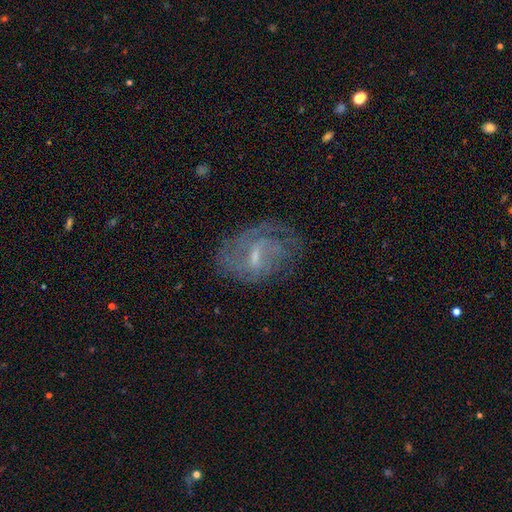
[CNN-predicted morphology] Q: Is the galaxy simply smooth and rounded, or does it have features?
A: featured or disk — 71%.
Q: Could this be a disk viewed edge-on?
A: no — 96%.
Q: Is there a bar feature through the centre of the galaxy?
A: weak — 58%.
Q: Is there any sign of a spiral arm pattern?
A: yes — 82%.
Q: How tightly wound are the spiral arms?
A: tight — 41%.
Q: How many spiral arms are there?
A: can't tell — 41%.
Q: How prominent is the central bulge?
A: small — 54%.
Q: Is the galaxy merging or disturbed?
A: none — 58%.